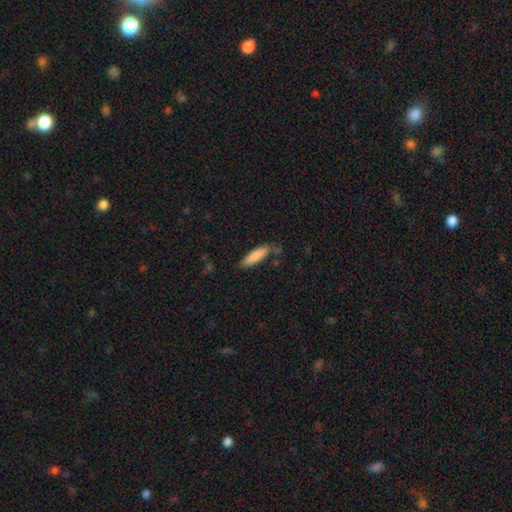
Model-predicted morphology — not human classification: Smooth or featured: smooth — 84% (featured or disk — 10%)
How rounded: cigar-shaped — 69% (in between — 30%)
Merging: none — 76% (minor disturbance — 17%)